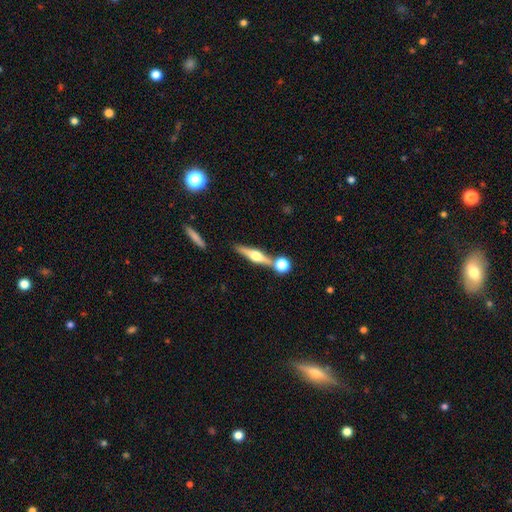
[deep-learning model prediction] A featured or disk galaxy (71%) viewed edge-on (97%) with a rounded central bulge (94%). Merging: none (74%).